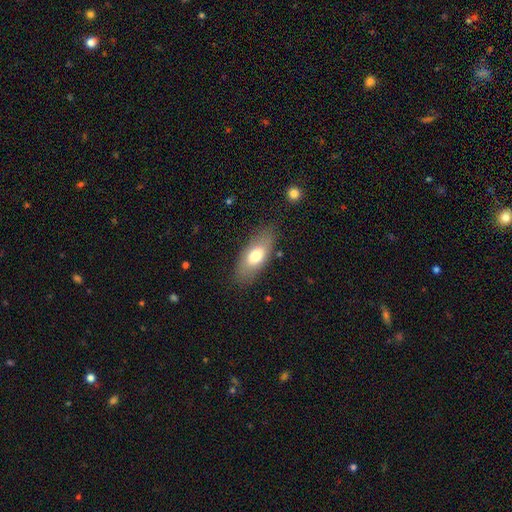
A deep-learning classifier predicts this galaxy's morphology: This is likely a smooth galaxy (69%). How rounded: clearly in between (84%). Merging: likely none (80%).